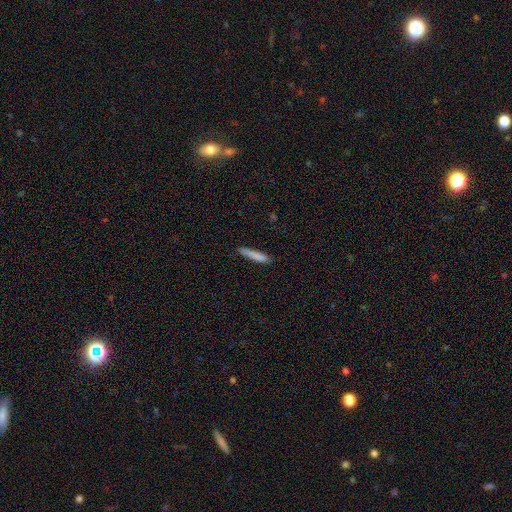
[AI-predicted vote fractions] Smooth or featured? smooth (83%)
How rounded? cigar-shaped (92%)
Merging? none (83%)